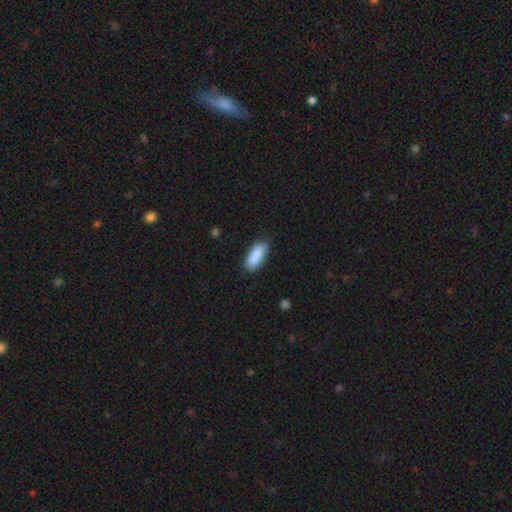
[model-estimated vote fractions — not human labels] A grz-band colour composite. It shows a smooth galaxy with no disk features (89%) that is in between round and cigar-shaped (74%). Merging: none (84%).